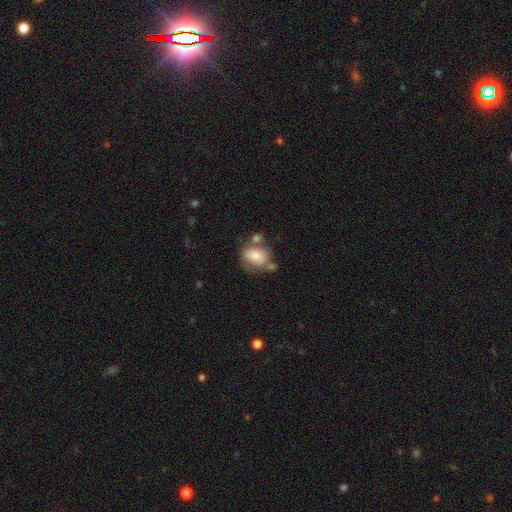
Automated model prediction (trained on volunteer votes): Smooth or featured?
  - smooth: 72% *
  - featured or disk: 19%
  - star or artifact: 8%
How rounded?
  - in between: 60% *
  - round: 39%
  - cigar-shaped: 1%
Merging?
  - none: 42% *
  - merger: 27%
  - minor disturbance: 21%
  - major disturbance: 10%